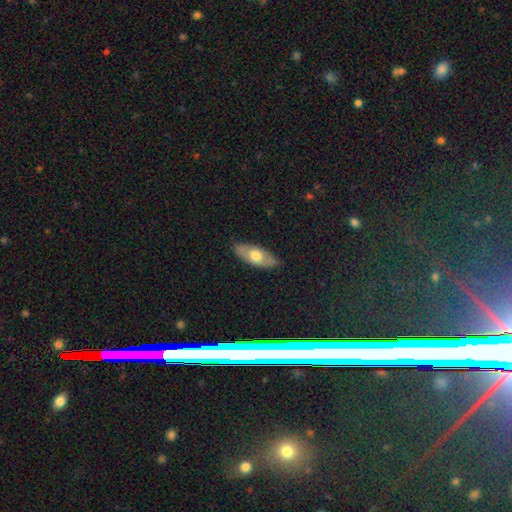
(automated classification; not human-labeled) The model was most divided on "smooth or featured": smooth: 59%, featured or disk: 36%, star or artifact: 5%. More confident: merging — none (83%); how rounded — in between (82%).